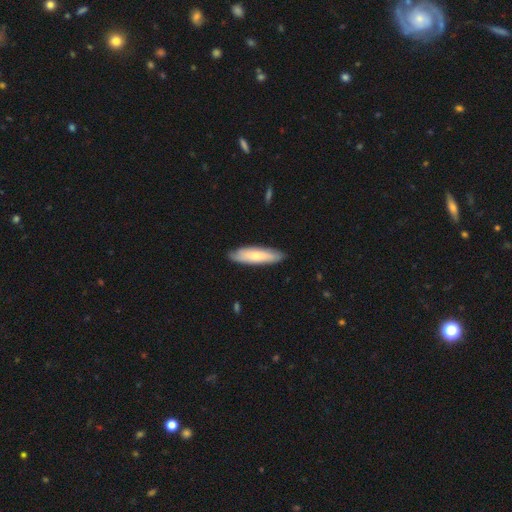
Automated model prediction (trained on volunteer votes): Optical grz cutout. It shows a smooth galaxy with no disk features (66%) that is cigar-shaped (66%). Merging: none (85%).